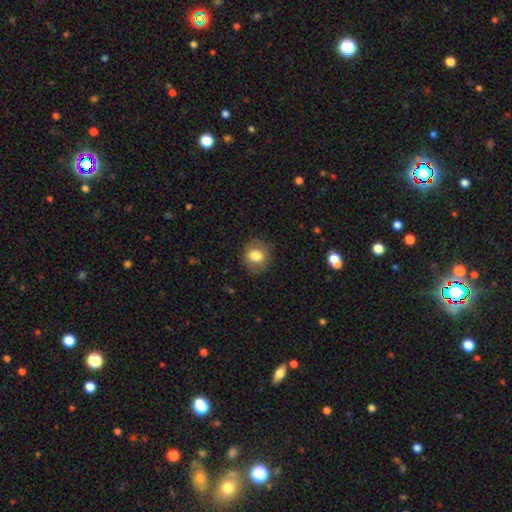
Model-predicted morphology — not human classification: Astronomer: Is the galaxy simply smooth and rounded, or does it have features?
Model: smooth — 78%.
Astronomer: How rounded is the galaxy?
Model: round — 79%.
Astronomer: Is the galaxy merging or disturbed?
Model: none — 83%.